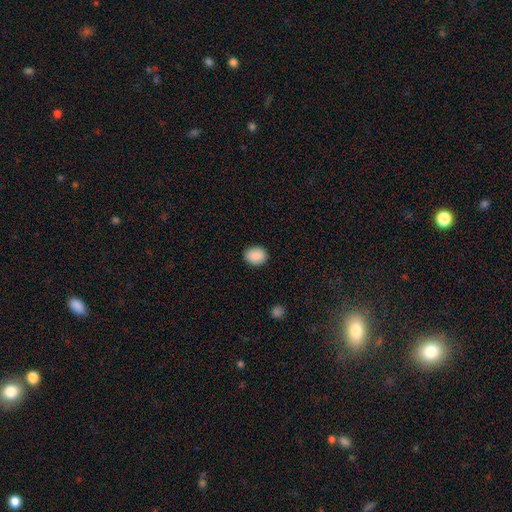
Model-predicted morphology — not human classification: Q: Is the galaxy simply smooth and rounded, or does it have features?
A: smooth — 88%.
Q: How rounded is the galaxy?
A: round — 57%.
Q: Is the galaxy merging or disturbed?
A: none — 89%.